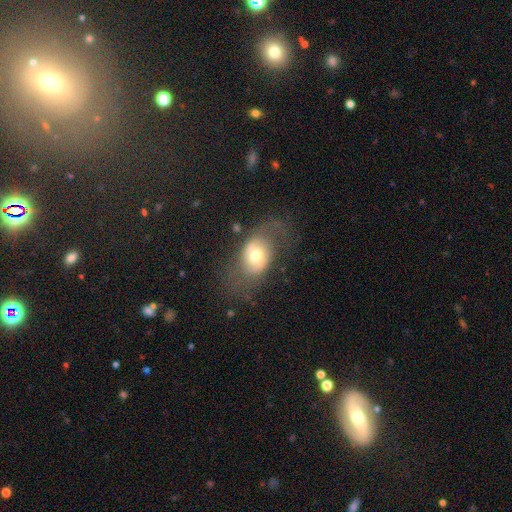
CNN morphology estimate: This appears to be a smooth galaxy with no disk features (48%). Merging: none (55%).